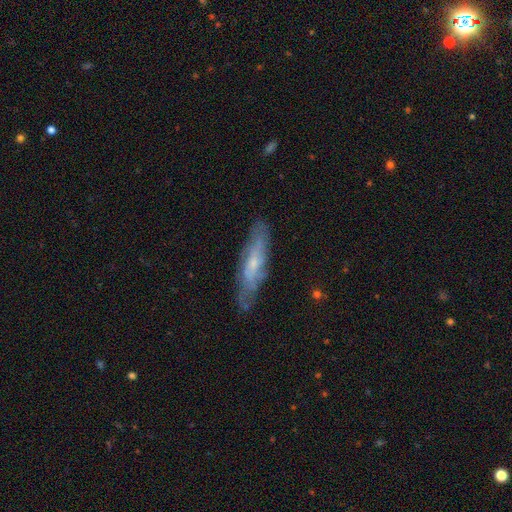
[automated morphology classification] smooth-or-featured: featured or disk: 59% | smooth: 32% | star or artifact: 9%
  disk-edge-on: yes: 53% | no: 47%
  merging: none: 81% | minor disturbance: 15% | major disturbance: 3% | merger: 1%